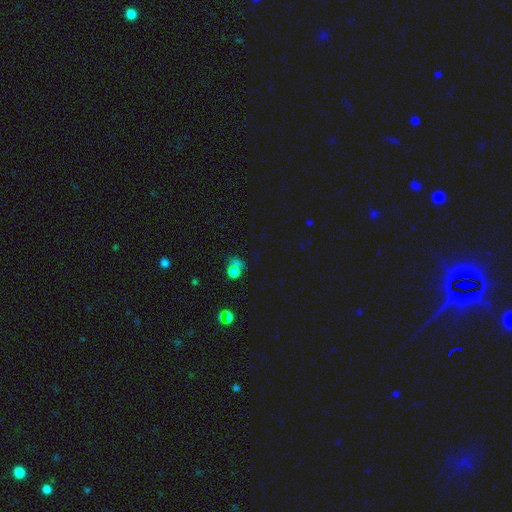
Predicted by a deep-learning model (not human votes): Morphology: type=smooth (51%); roundness=round (71%); merging=none (49%).